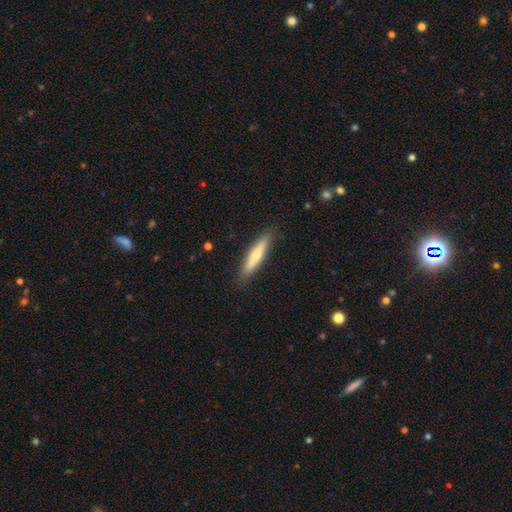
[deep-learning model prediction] Morphology: type=smooth (67%); roundness=cigar-shaped (87%); merging=none (88%).